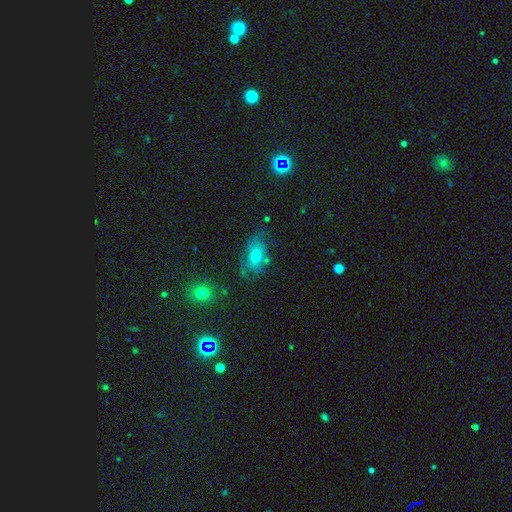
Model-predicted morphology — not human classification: This is likely a smooth galaxy (62%). How rounded: clearly in between (84%). Merging: possibly none (55%).